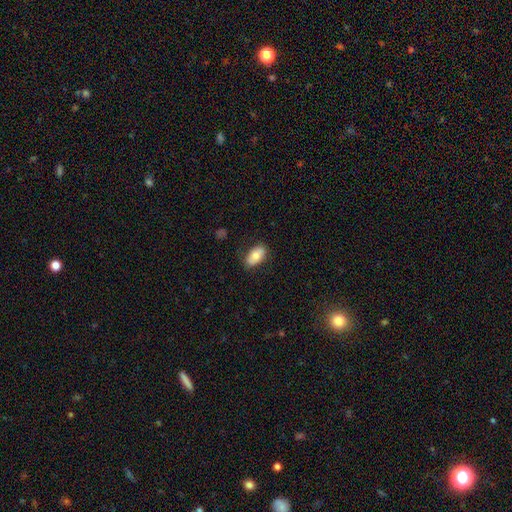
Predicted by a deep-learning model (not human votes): smooth 77%, featured or disk 16%, star or artifact 7%. Down the decision tree: how rounded — in between (93%); merging — none (79%).